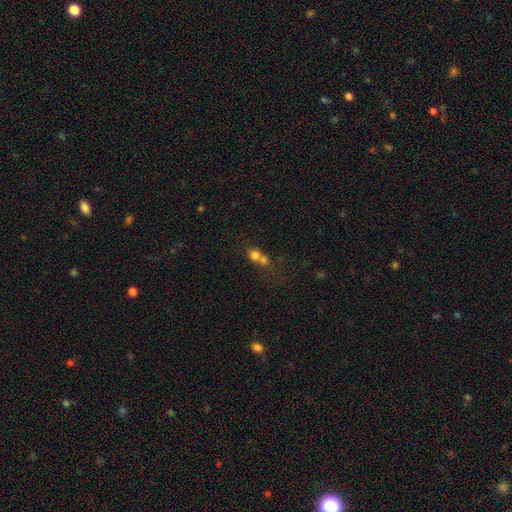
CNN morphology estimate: type=smooth (73%); roundness=round (77%); merging=merger (66%).